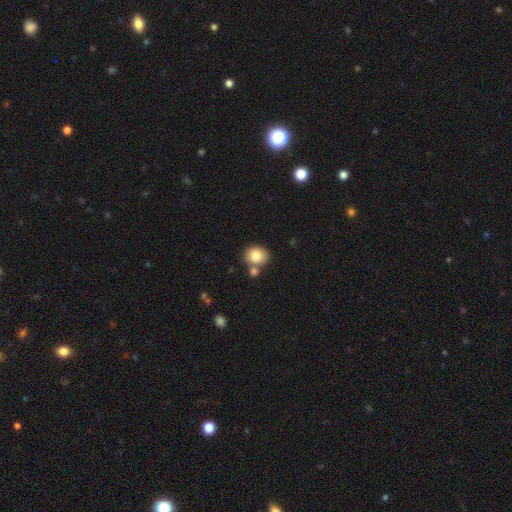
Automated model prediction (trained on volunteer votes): smooth-or-featured: smooth: 83% | star or artifact: 8% | featured or disk: 8%
  how-rounded: round: 59% | in between: 40% | cigar-shaped: 1%
  merging: none: 61% | merger: 23% | minor disturbance: 12% | major disturbance: 3%